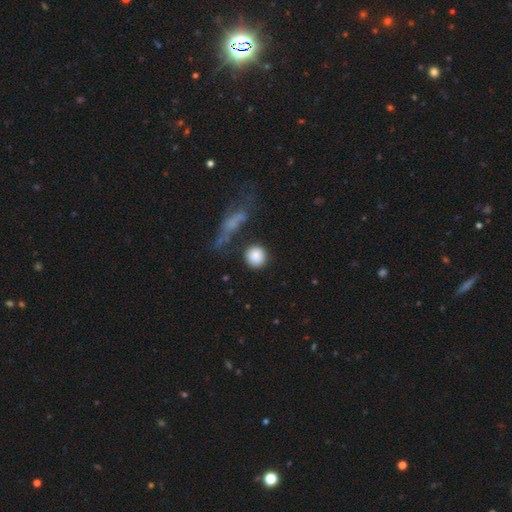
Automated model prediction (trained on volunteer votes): Overall: smooth (85%). How rounded: round (92%). Merging: none (76%).